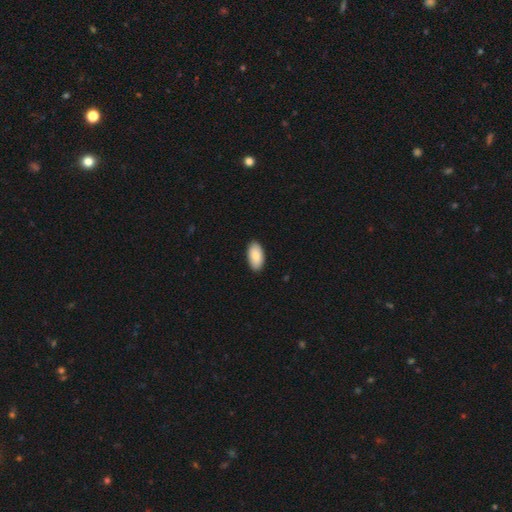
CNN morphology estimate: This appears to be a smooth galaxy with no disk features (87%) that is in between round and cigar-shaped (96%). Merging: none (90%).